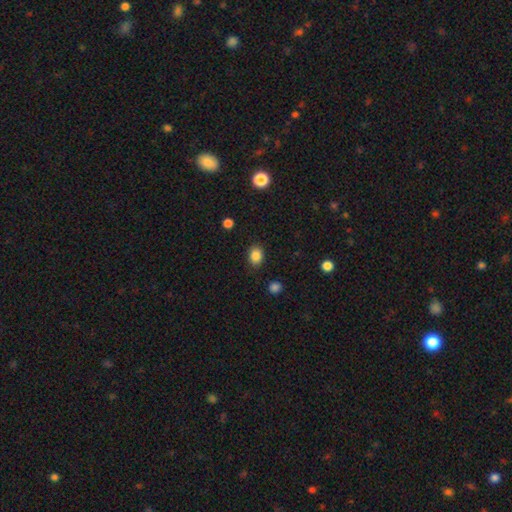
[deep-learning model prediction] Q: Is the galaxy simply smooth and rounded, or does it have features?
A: smooth — 86%.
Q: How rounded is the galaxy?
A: in between — 62%.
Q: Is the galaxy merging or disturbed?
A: none — 86%.